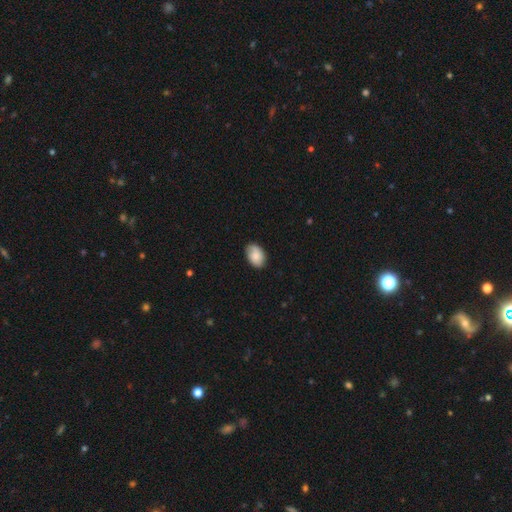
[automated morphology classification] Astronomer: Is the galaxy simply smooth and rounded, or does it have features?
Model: smooth — 78%.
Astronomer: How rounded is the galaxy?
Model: in between — 85%.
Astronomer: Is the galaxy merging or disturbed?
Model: none — 77%.